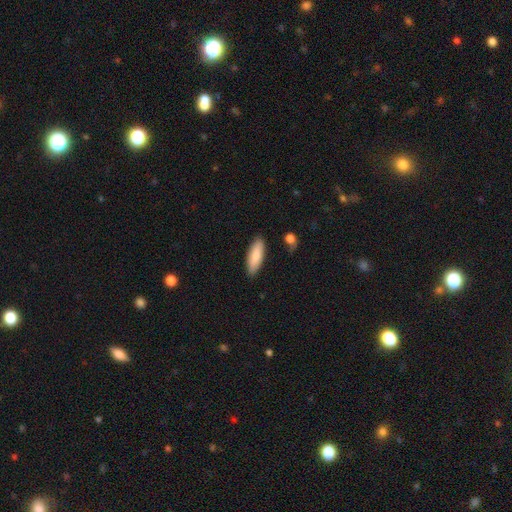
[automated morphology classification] A smooth galaxy with no disk features (85%) that is in between round and cigar-shaped (59%). Merging: none (85%).